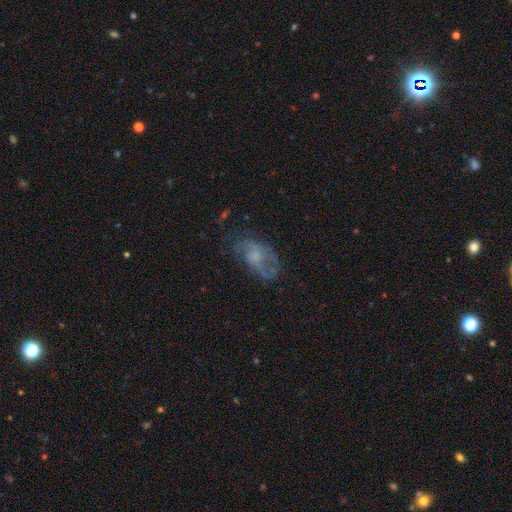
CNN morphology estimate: type=featured or disk (56%); edge-on=no (95%); bar=no (71%); spiral arms=yes (64%); bulge=moderate (34%); merging=none (50%).